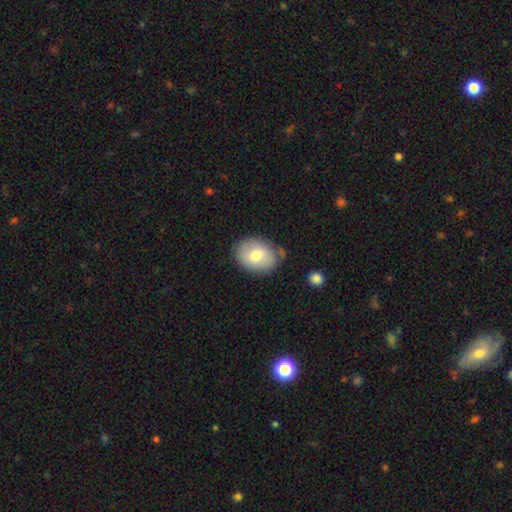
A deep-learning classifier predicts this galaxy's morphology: A smooth galaxy with no disk features (75%) that is in between round and cigar-shaped (64%).

Vote fractions:
- Smooth or featured? smooth: 75% / featured or disk: 18% / star or artifact: 7%
- How rounded? in between: 64% / round: 35% / cigar-shaped: 1%
- Merging? none: 76% / minor disturbance: 17% / merger: 3% / major disturbance: 3%